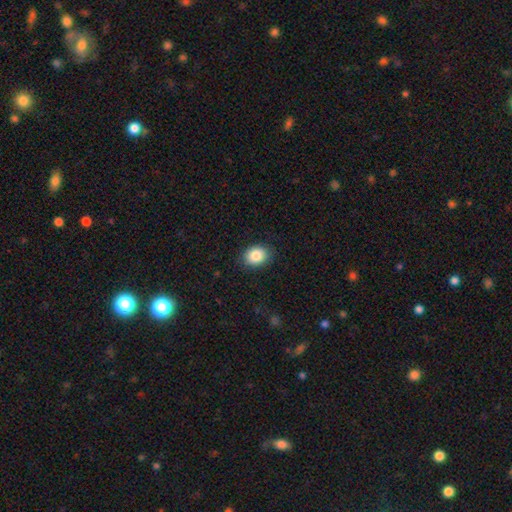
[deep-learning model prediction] This is clearly a smooth galaxy (85%). How rounded: possibly in between (56%). Merging: clearly none (87%).